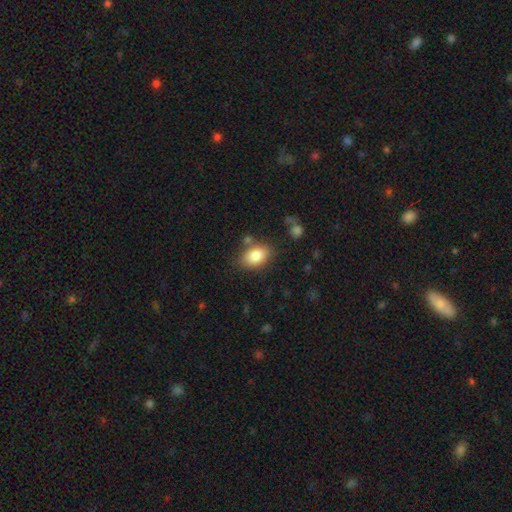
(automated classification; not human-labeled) smooth-or-featured: smooth: 84% | featured or disk: 9% | star or artifact: 8%
  how-rounded: in between: 85% | round: 13% | cigar-shaped: 1%
  merging: none: 76% | minor disturbance: 14% | merger: 6% | major disturbance: 4%